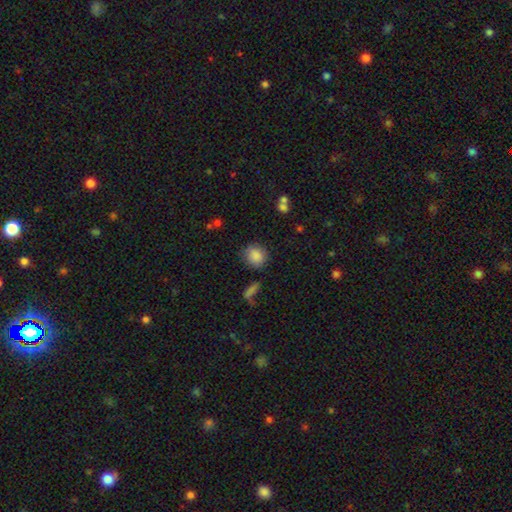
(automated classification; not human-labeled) This appears to be a smooth galaxy with no disk features (86%) that is round (78%). Merging: none (77%).